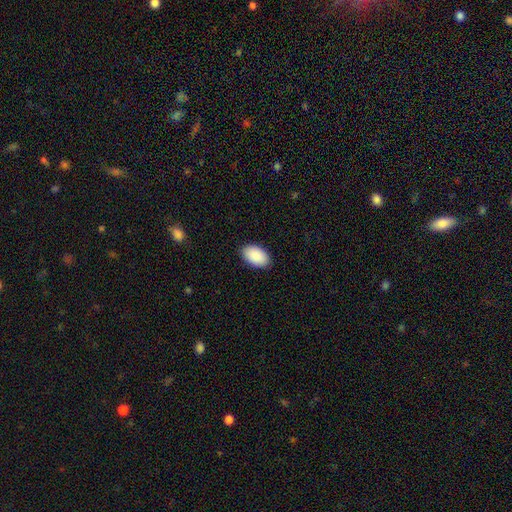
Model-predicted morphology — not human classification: Smooth or featured? smooth (91%)
How rounded? in between (95%)
Merging? none (89%)